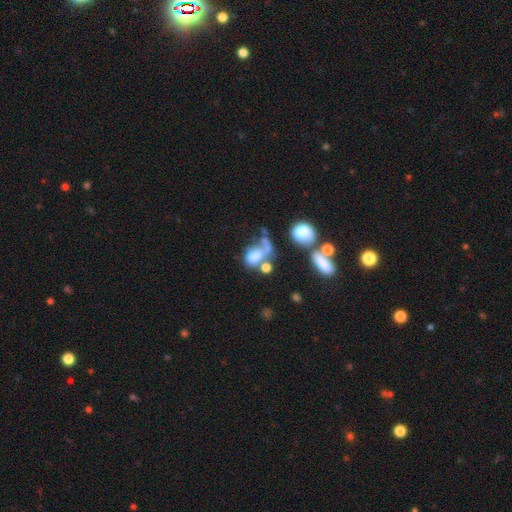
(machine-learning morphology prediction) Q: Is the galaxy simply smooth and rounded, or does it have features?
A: smooth — 53%.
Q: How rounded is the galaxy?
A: in between — 76%.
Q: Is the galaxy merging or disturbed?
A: merger — 43%.